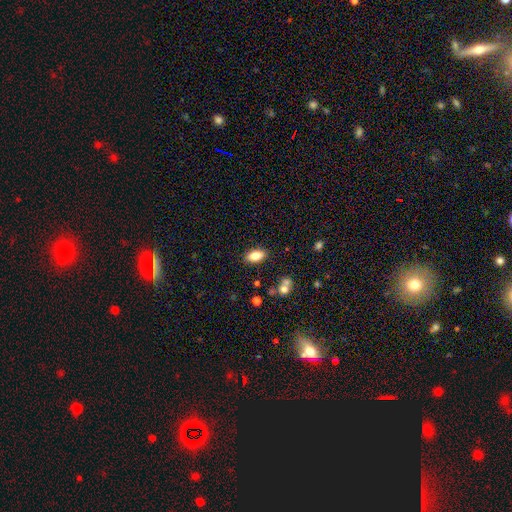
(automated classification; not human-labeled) smooth_or_featured: smooth (p=0.80) [alt: featured or disk p=0.12]
how_rounded: in between (p=0.87) [alt: cigar-shaped p=0.09]
merging: none (p=0.85) [alt: minor disturbance p=0.10]